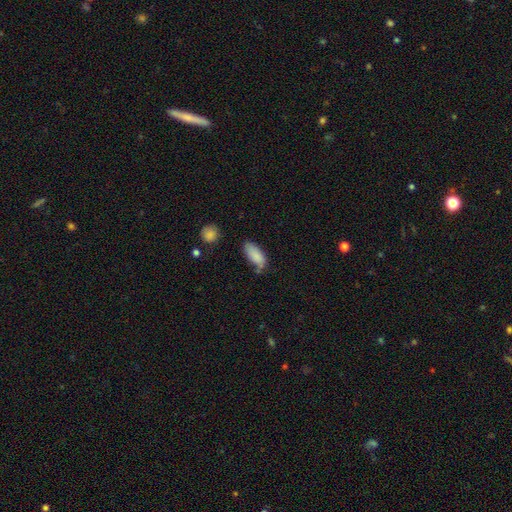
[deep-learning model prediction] Smooth or featured? Predicted: smooth (p=0.86). How rounded? Predicted: in between (p=0.87). Merging? Predicted: none (p=0.58).